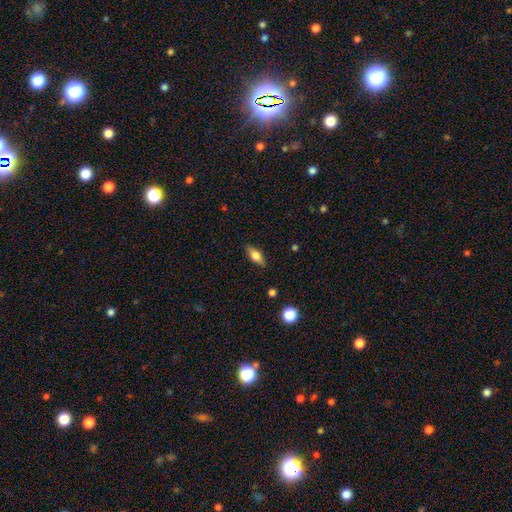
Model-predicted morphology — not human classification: Q: Smooth or featured?
A: smooth (65%); runner-up: featured or disk (28%)
Q: How rounded?
A: in between (73%); runner-up: cigar-shaped (23%)
Q: Merging?
A: none (85%); runner-up: minor disturbance (11%)